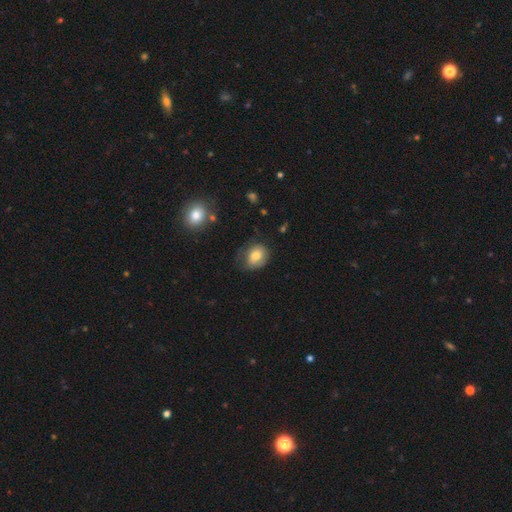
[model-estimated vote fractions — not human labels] Smooth or featured? smooth (74%)
How rounded? in between (51%)
Merging? none (55%)